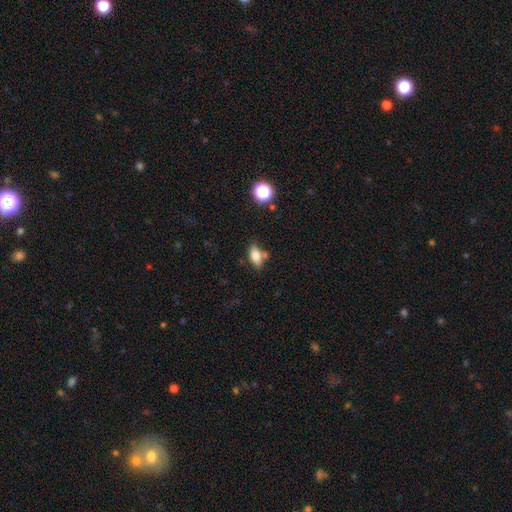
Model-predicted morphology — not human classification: smooth-or-featured: smooth: 76% | featured or disk: 15% | star or artifact: 10%
  how-rounded: in between: 83% | cigar-shaped: 11% | round: 7%
  merging: none: 68% | minor disturbance: 16% | merger: 13% | major disturbance: 4%